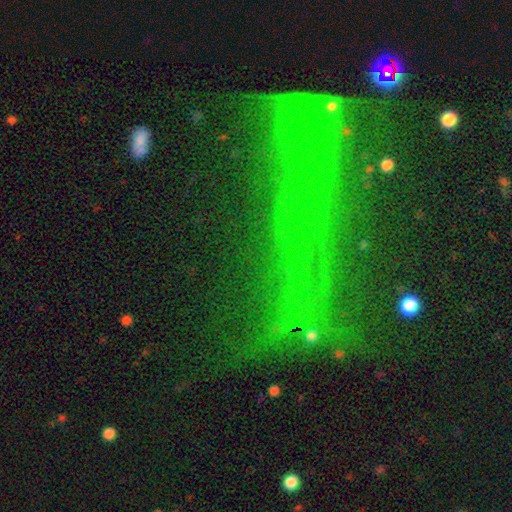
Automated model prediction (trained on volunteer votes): This is possibly a star or artifact rather than a galaxy (58%).